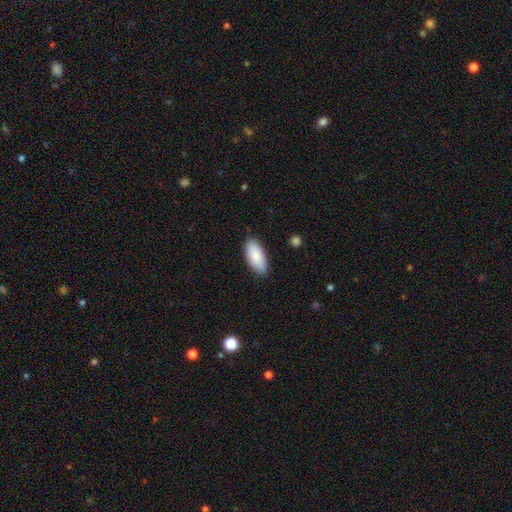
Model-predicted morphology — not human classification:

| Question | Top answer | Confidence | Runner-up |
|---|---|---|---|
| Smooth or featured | smooth | 89% | featured or disk (6%) |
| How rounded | in between | 87% | cigar-shaped (11%) |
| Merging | none | 87% | minor disturbance (10%) |